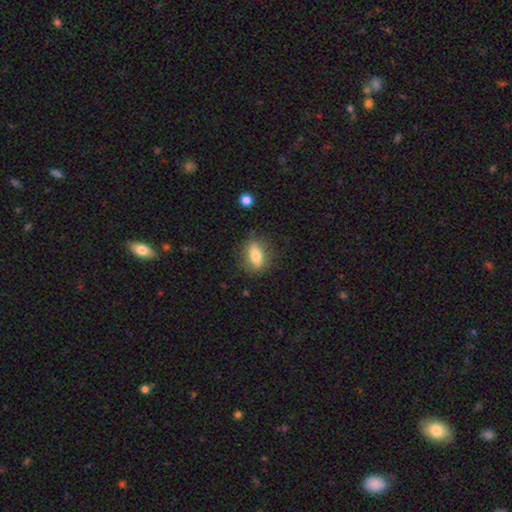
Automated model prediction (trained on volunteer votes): Overall: smooth (65%; featured or disk 28%). How rounded: in between (69%). Merging: none (81%).